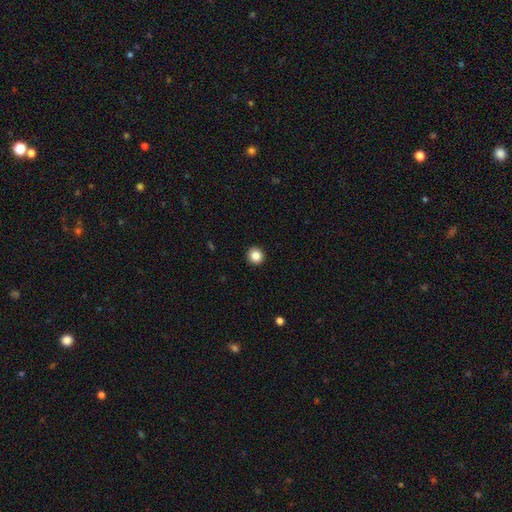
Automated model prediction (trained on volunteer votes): This appears to be a smooth galaxy with no disk features (85%) that is round (93%). Merging: none (93%).